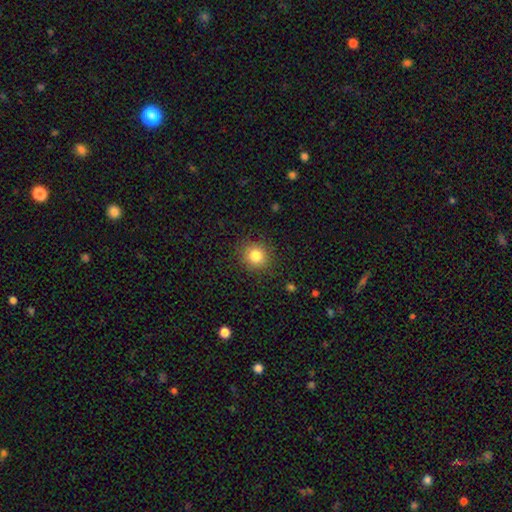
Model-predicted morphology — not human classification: Overall: smooth (82%). How rounded: round (89%). Merging: none (88%).